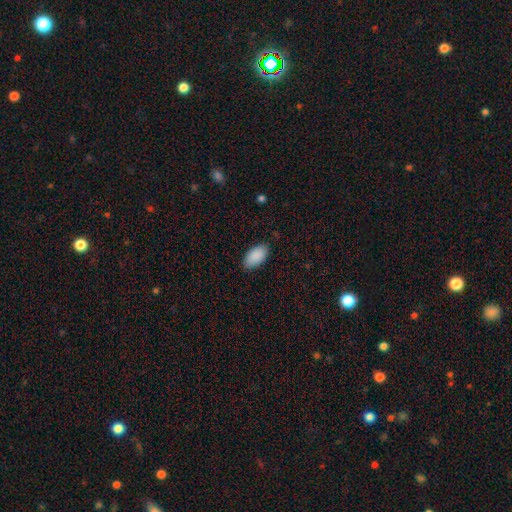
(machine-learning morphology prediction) smooth-or-featured: smooth: 90% | star or artifact: 6% | featured or disk: 4%
  how-rounded: in between: 95% | round: 3% | cigar-shaped: 2%
  merging: none: 84% | minor disturbance: 13% | major disturbance: 2% | merger: 1%